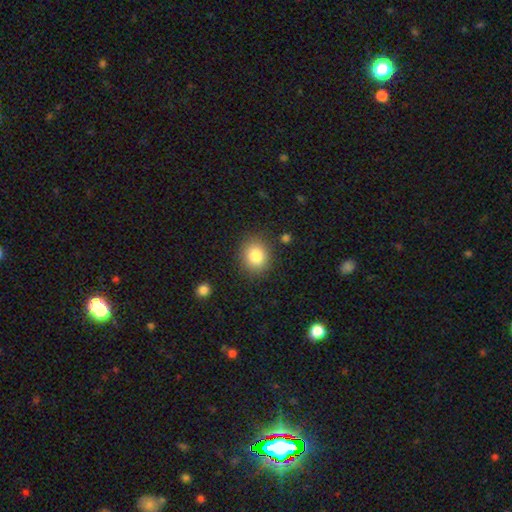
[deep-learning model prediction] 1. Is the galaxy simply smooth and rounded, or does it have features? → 85% smooth, 9% star or artifact, 6% featured or disk.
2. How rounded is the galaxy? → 75% round, 25% in between, 1% cigar-shaped.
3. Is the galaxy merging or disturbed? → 86% none, 9% minor disturbance, 3% major disturbance, 2% merger.